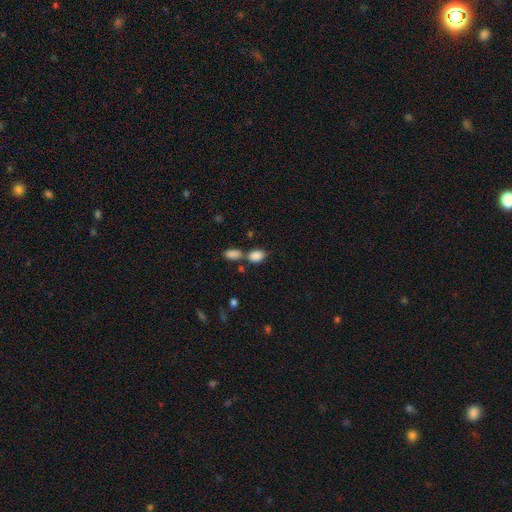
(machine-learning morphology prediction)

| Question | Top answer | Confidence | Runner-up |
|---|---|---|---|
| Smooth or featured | smooth | 87% | star or artifact (8%) |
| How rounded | in between | 86% | round (12%) |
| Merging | none | 50% | merger (35%) |